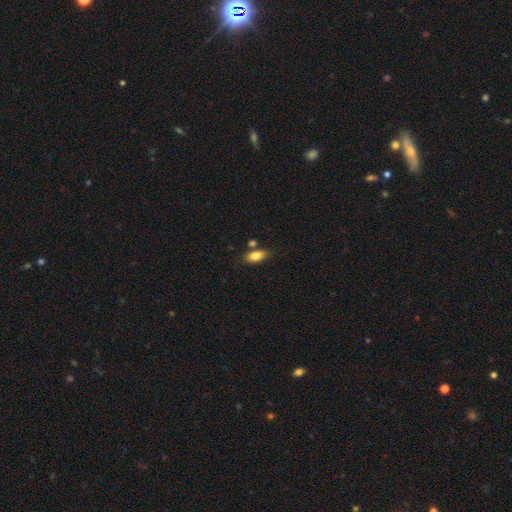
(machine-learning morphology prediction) Smooth or featured: smooth — 82% (featured or disk — 11%)
How rounded: in between — 88% (cigar-shaped — 8%)
Merging: none — 72% (minor disturbance — 13%)